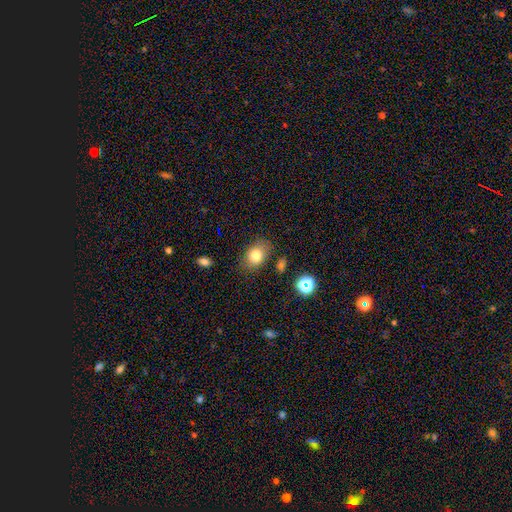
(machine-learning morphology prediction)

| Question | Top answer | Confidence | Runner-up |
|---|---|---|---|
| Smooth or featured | smooth | 79% | star or artifact (11%) |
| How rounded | in between | 72% | round (26%) |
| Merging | none | 76% | minor disturbance (16%) |